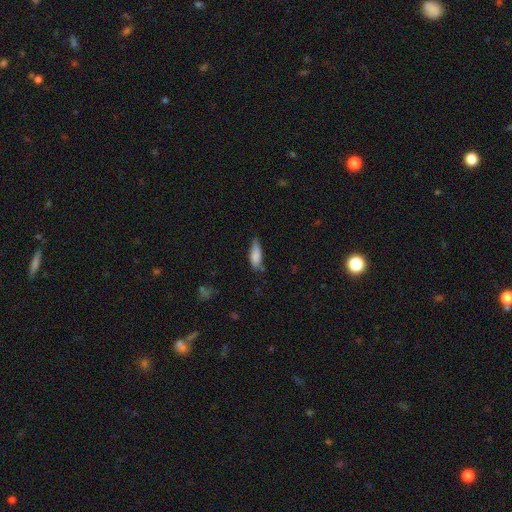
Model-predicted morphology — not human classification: Smooth or featured: smooth — 79% (featured or disk — 13%)
How rounded: in between — 65% (cigar-shaped — 33%)
Merging: none — 49% (minor disturbance — 37%)